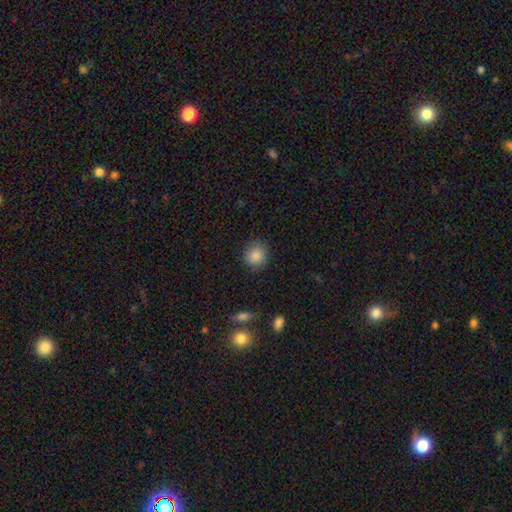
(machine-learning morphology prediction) Smooth or featured? Predicted: smooth (p=0.87). How rounded? Predicted: round (p=0.89). Merging? Predicted: none (p=0.87).